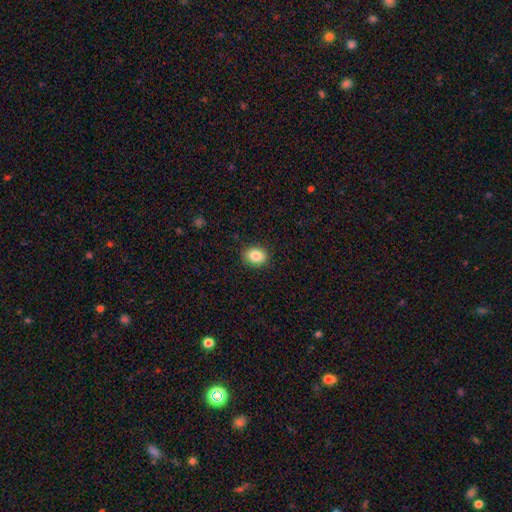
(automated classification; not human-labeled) smooth-or-featured: smooth: 86% | star or artifact: 9% | featured or disk: 5%
  how-rounded: in between: 59% | round: 40% | cigar-shaped: 1%
  merging: none: 88% | minor disturbance: 9% | major disturbance: 2% | merger: 1%